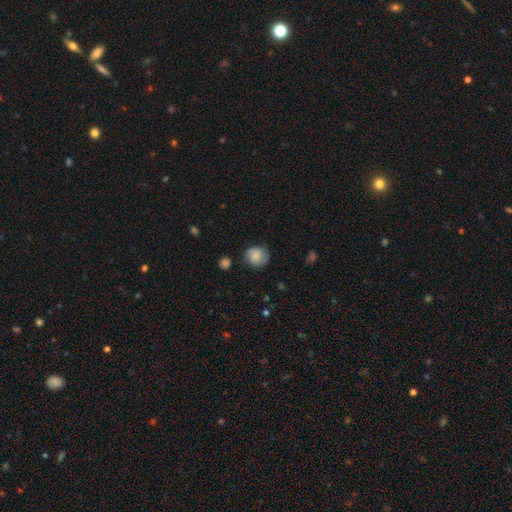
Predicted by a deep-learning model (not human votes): Morphology: type=smooth (71%); roundness=round (79%); merging=none (70%).